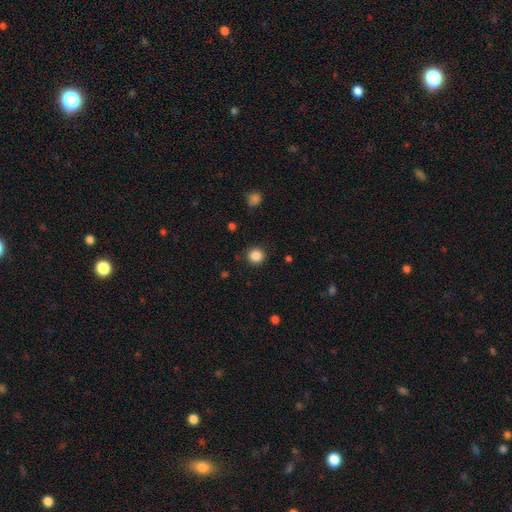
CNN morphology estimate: Smooth or featured: smooth — 86% (star or artifact — 11%)
How rounded: round — 93% (in between — 6%)
Merging: none — 89% (minor disturbance — 7%)